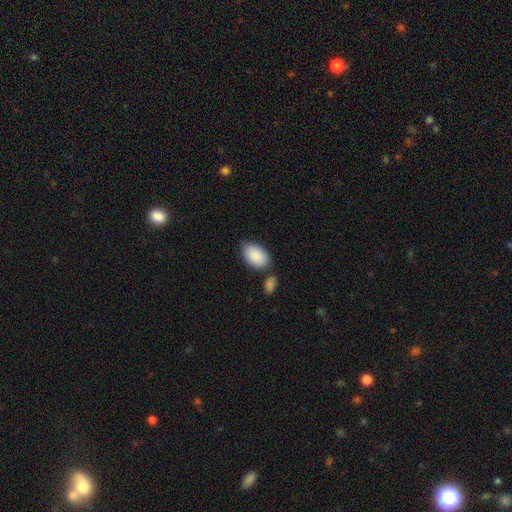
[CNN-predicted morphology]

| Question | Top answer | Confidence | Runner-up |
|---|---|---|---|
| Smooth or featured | smooth | 90% | star or artifact (6%) |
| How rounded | in between | 94% | round (4%) |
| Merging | none | 68% | minor disturbance (15%) |